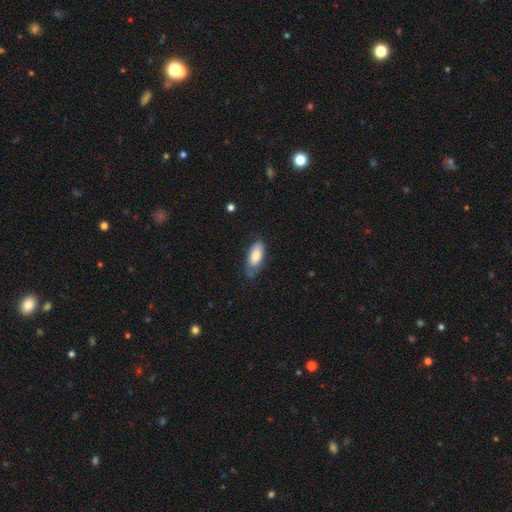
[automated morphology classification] This appears to be a smooth galaxy with no disk features (81%) that is in between round and cigar-shaped (83%). Merging: none (61%).